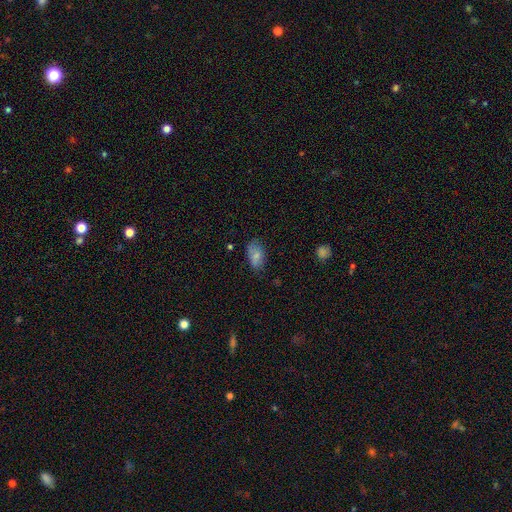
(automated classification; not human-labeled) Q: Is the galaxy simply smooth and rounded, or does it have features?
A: smooth — 78%.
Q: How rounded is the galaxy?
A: in between — 92%.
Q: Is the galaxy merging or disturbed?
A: none — 69%.